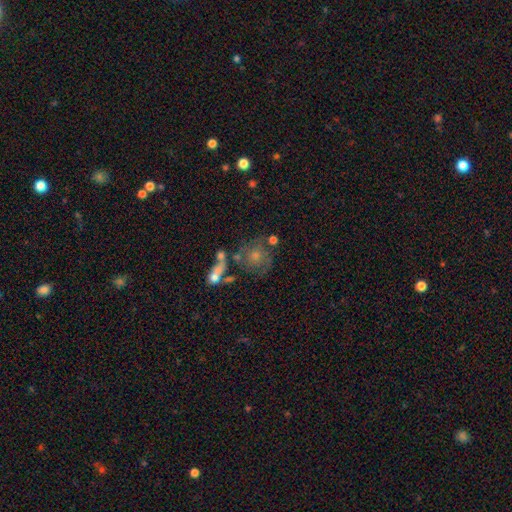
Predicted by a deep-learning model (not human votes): smooth-or-featured: smooth: 47% | featured or disk: 41% | star or artifact: 12%
  merging: none: 46% | minor disturbance: 19% | merger: 18% | major disturbance: 17%